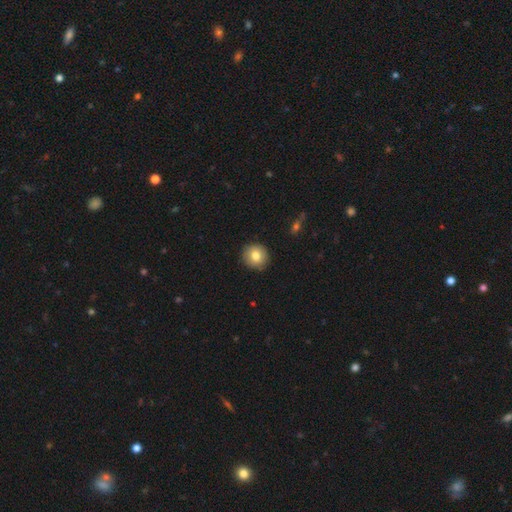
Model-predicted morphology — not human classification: This appears to be a smooth galaxy with no disk features (79%) that is round (91%). Merging: none (90%).